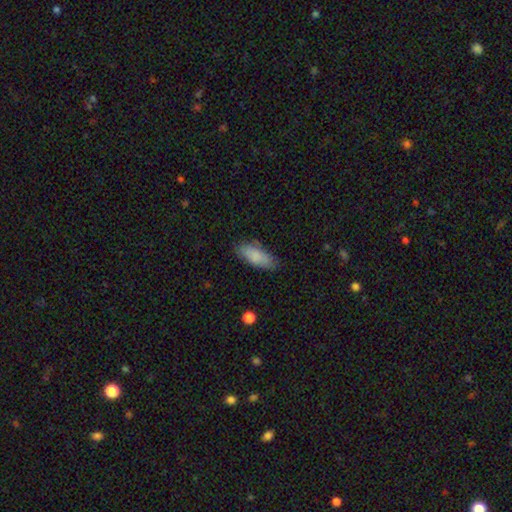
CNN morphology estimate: Smooth or featured?
  - smooth: 85% *
  - featured or disk: 9%
  - star or artifact: 6%
How rounded?
  - in between: 77% *
  - cigar-shaped: 21%
  - round: 2%
Merging?
  - none: 80% *
  - minor disturbance: 15%
  - major disturbance: 3%
  - merger: 2%